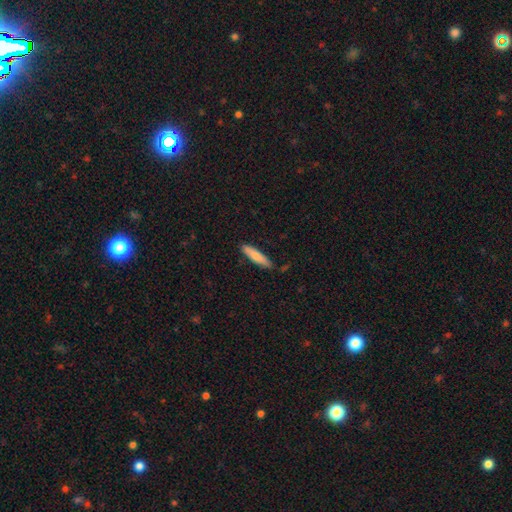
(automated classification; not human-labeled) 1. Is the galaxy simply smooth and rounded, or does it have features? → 75% smooth, 20% featured or disk, 6% star or artifact.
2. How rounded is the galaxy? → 79% cigar-shaped, 20% in between, 1% round.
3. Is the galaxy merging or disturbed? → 83% none, 13% minor disturbance, 2% merger, 2% major disturbance.